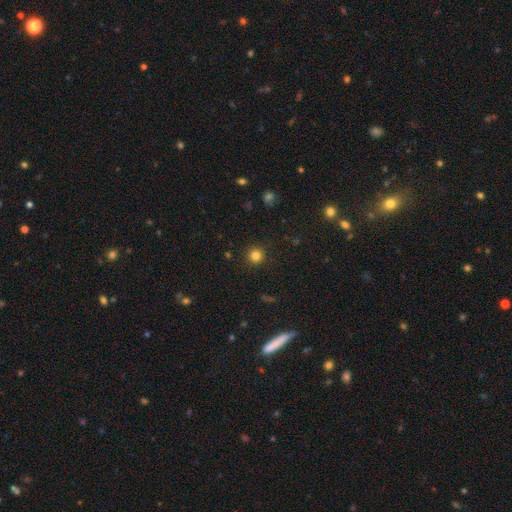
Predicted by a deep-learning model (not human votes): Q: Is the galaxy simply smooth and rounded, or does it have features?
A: smooth — 82%.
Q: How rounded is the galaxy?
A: round — 95%.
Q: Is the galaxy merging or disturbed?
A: none — 91%.